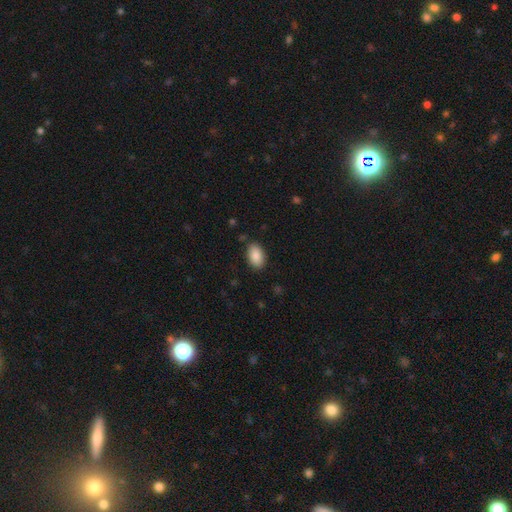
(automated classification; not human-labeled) Overall: smooth (88%). How rounded: in between (92%). Merging: none (86%).